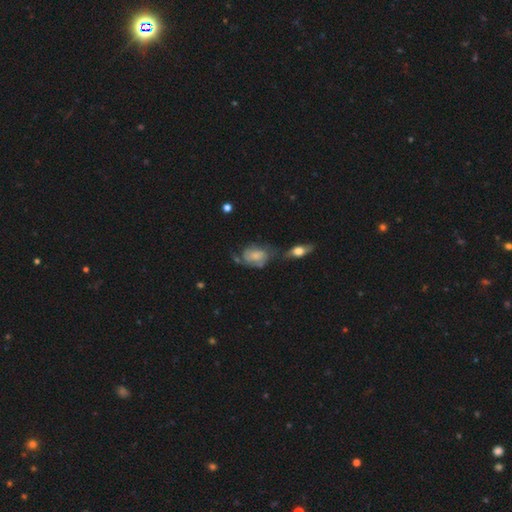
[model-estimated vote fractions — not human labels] Overall: smooth (46%; featured or disk 45%). Merging: none (35%; minor disturbance 26%).